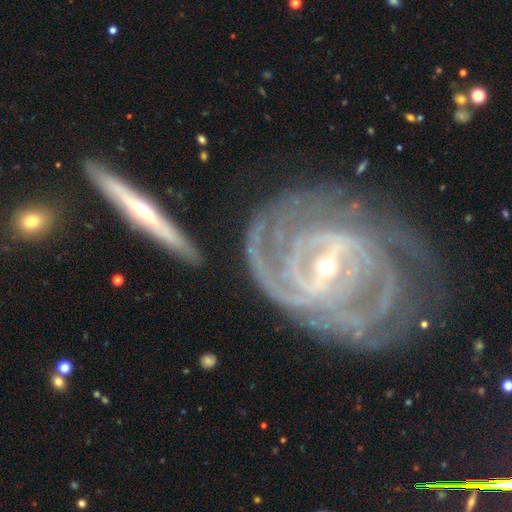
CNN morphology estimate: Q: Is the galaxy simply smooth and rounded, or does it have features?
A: featured or disk — 87%.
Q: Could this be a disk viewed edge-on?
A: no — 93%.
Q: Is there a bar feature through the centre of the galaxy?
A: strong — 52%.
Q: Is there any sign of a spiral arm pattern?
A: yes — 95%.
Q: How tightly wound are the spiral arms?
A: tight — 63%.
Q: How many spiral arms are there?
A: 2 — 29%.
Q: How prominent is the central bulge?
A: small — 62%.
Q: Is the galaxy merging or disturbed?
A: none — 58%.